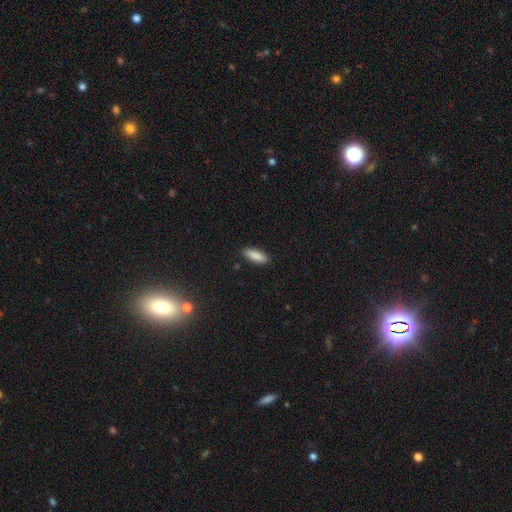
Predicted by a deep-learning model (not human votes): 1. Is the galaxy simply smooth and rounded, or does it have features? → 89% smooth, 6% star or artifact, 5% featured or disk.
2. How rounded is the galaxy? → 68% in between, 31% cigar-shaped, 2% round.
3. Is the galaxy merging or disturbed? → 89% none, 8% minor disturbance, 2% major disturbance, 1% merger.